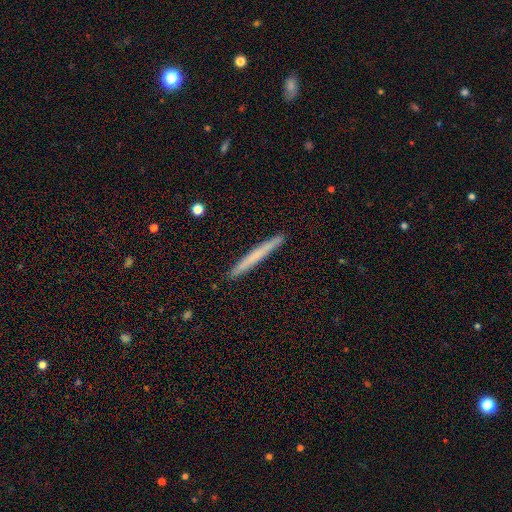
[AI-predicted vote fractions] A smooth galaxy with no disk features (64%) that is cigar-shaped (97%). Merging: none (93%).